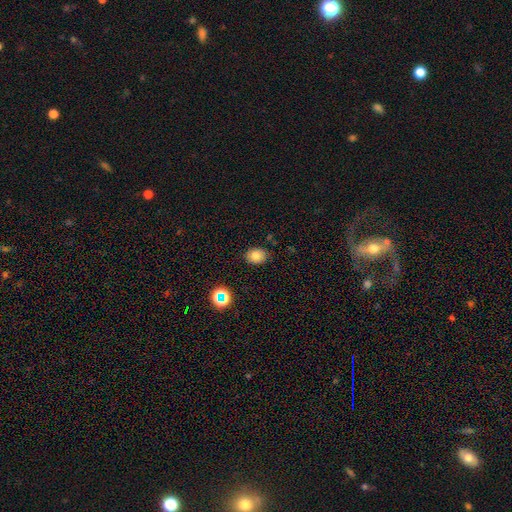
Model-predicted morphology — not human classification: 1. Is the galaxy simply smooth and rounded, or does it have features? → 77% smooth, 13% star or artifact, 10% featured or disk.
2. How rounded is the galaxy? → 62% in between, 38% round, 1% cigar-shaped.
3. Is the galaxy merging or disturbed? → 84% none, 11% minor disturbance, 3% major disturbance, 2% merger.